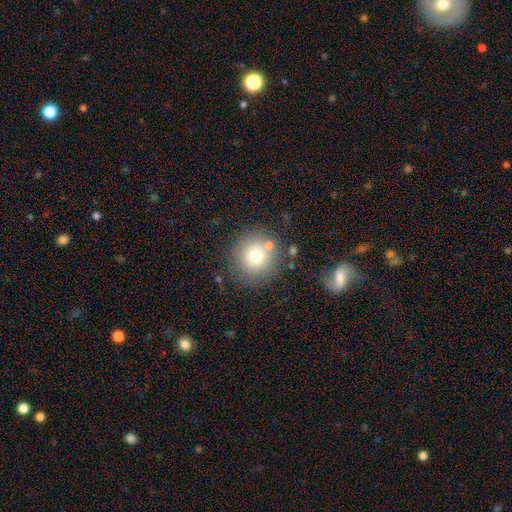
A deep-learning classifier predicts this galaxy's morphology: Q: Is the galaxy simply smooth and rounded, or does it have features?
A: smooth — 73%.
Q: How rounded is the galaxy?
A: round — 92%.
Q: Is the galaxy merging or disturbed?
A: none — 78%.